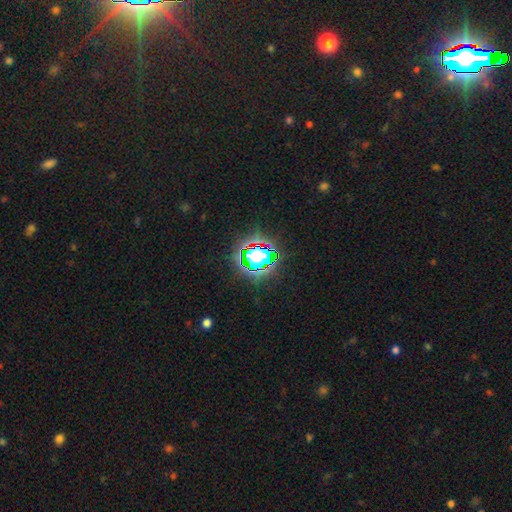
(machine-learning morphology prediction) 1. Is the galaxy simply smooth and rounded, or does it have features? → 64% star or artifact, 23% smooth, 13% featured or disk.